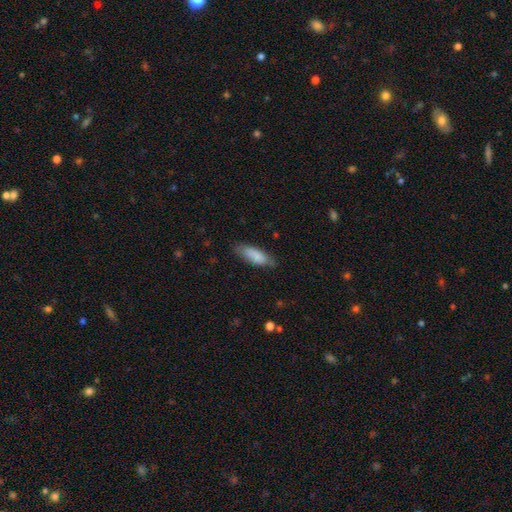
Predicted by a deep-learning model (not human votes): A smooth galaxy with no disk features (84%) that is in between round and cigar-shaped (70%). Merging: none (70%).